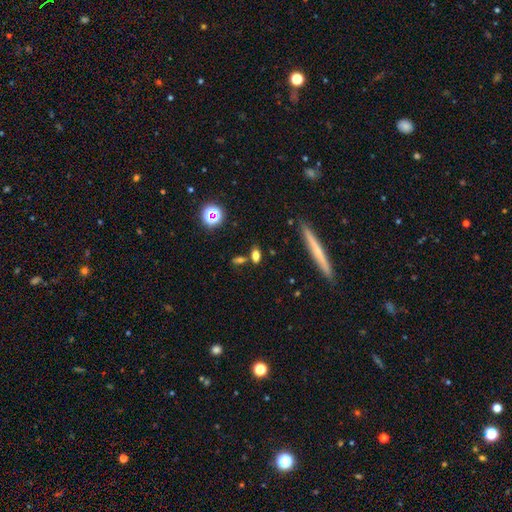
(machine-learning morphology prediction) A smooth galaxy with no disk features (71%) that is in between round and cigar-shaped (69%). Merging: none (69%).